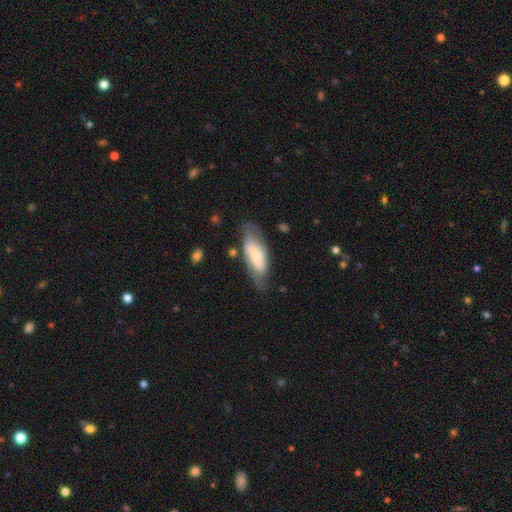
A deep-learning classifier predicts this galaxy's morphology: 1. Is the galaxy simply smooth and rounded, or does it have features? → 48% smooth, 46% featured or disk, 6% star or artifact.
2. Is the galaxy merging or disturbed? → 63% none, 24% minor disturbance, 9% major disturbance, 4% merger.